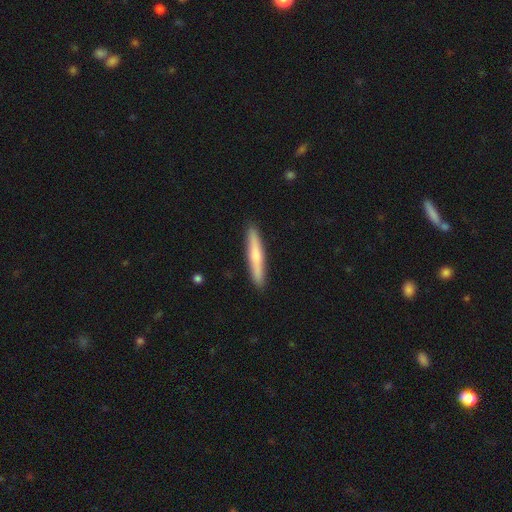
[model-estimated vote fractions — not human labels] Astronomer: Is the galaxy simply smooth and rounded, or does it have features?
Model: smooth — 62%.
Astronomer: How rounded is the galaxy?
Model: cigar-shaped — 94%.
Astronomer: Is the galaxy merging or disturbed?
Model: none — 91%.